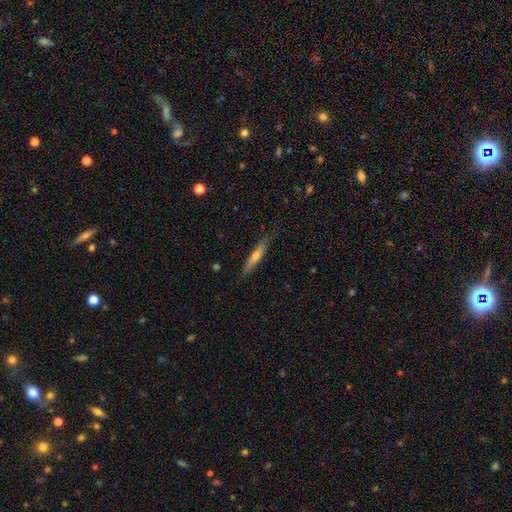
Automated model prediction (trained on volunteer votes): Smooth or featured? Predicted: smooth (p=0.49). Merging? Predicted: none (p=0.85).